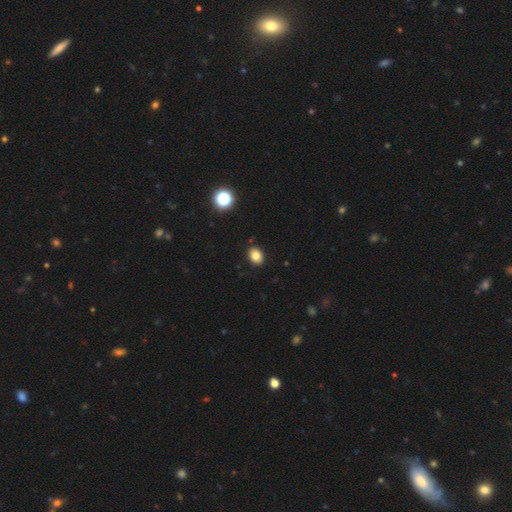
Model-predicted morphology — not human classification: This appears to be a smooth galaxy with no disk features (82%) that is in between round and cigar-shaped (69%). Merging: none (89%).